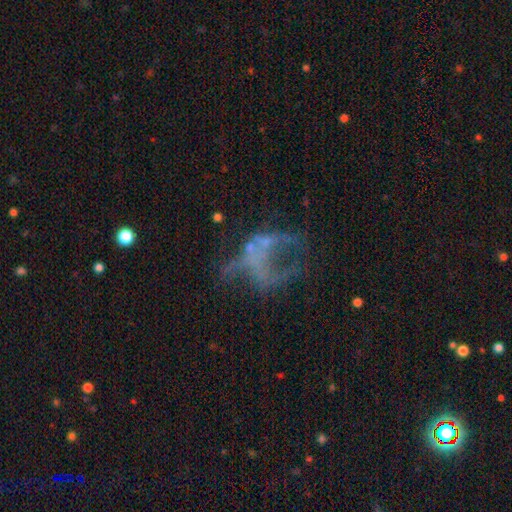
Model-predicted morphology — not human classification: featured or disk 60%, star or artifact 21%, smooth 19%. Down the decision tree: edge-on disk — no (97%); bar — no (92%); spiral arms — no (90%); bulge size — none (82%); merging — major disturbance (45%).